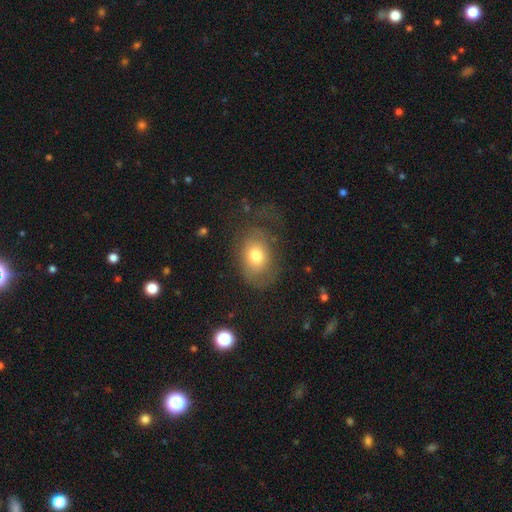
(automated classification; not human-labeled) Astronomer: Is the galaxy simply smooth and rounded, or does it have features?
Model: smooth — 66%.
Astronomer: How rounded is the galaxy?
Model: in between — 75%.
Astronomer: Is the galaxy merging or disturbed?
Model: none — 48% (runner-up: major disturbance, 27%).